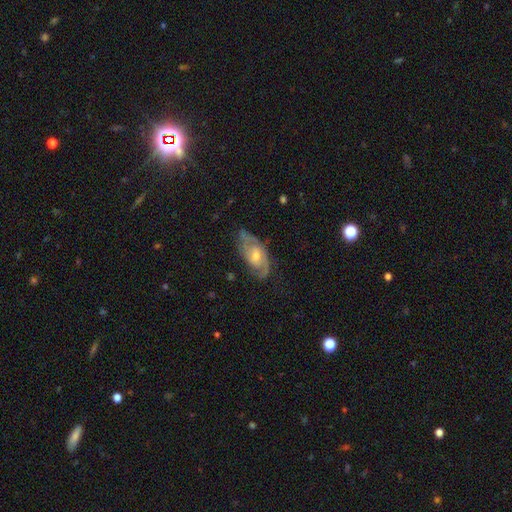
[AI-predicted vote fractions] Smooth or featured? featured or disk (79%)
Edge-on disk? no (92%)
Bar? no (56%)
Spiral arms? yes (92%)
Spiral winding? medium (44%)
Spiral arm count? 2 (68%)
Bulge size? moderate (56%)
Merging? none (68%)